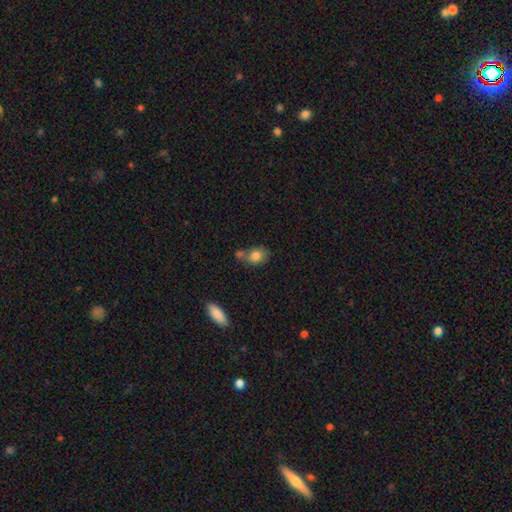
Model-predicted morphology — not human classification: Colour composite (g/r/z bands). It shows a smooth galaxy with no disk features (81%) that is in between round and cigar-shaped (55%). Merging: none (45%).